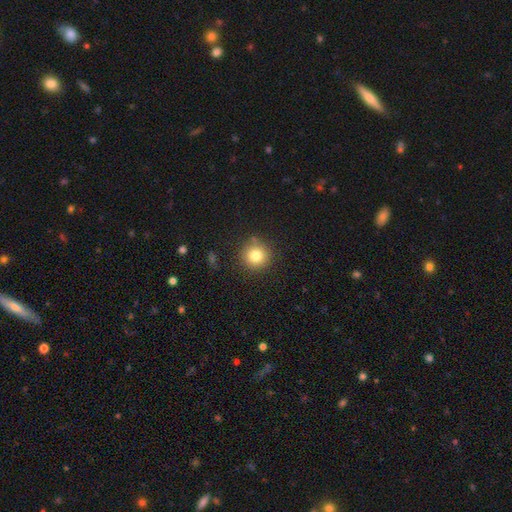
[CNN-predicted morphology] Overall: smooth (81%). How rounded: round (94%). Merging: none (86%).